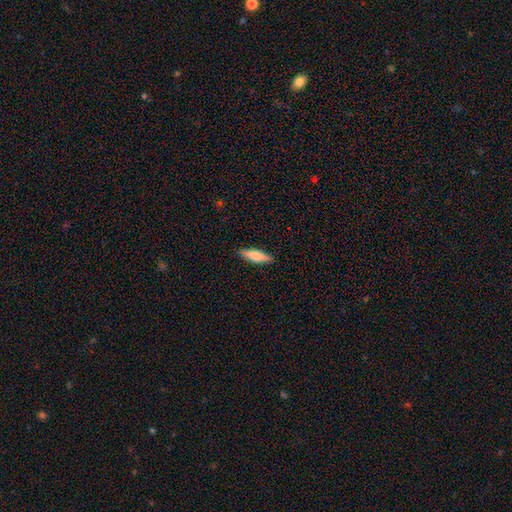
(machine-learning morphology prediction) smooth 72%, featured or disk 22%, star or artifact 6%. Down the decision tree: how rounded — cigar-shaped (61%); merging — none (89%).